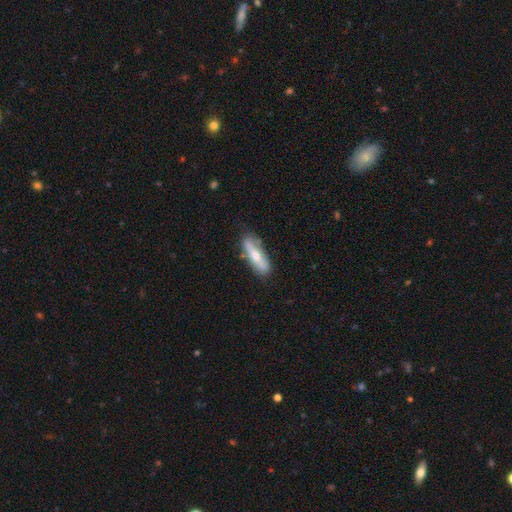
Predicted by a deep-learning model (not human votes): A smooth galaxy with no disk features (56%) that is cigar-shaped (52%). Merging: none (75%).